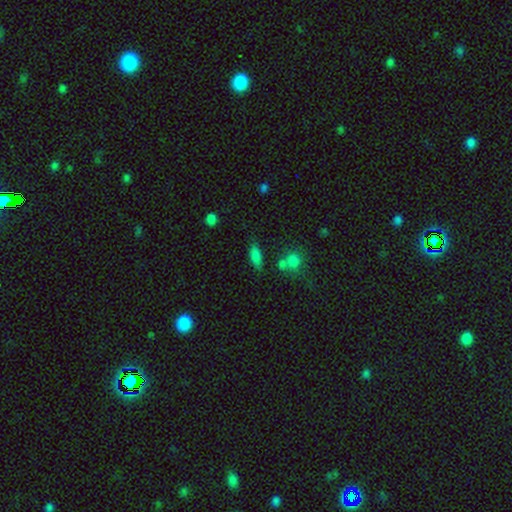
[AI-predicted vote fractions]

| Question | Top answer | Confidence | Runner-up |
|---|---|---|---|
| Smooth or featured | smooth | 81% | star or artifact (11%) |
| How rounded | in between | 69% | cigar-shaped (27%) |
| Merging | none | 69% | minor disturbance (16%) |